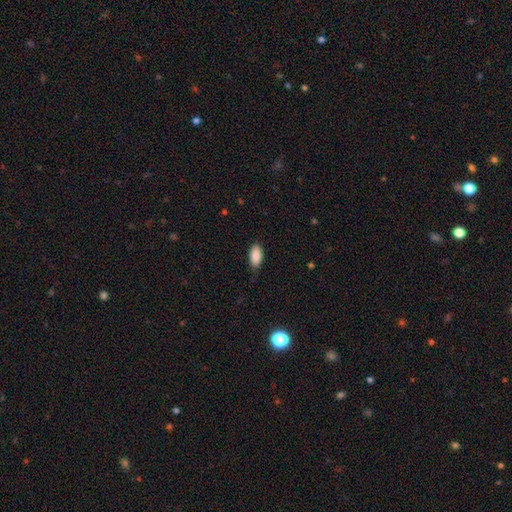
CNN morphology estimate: Overall: smooth (89%). How rounded: in between (90%). Merging: none (79%).